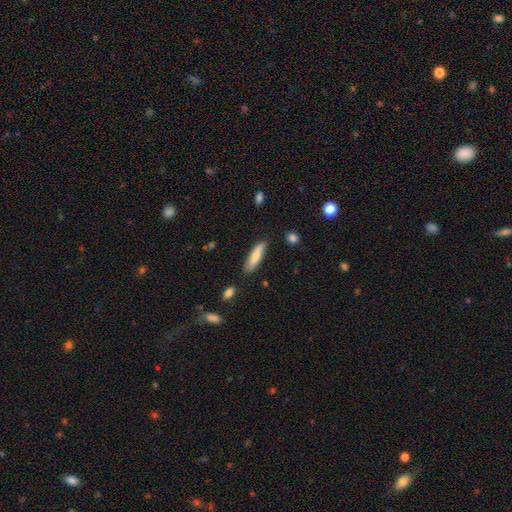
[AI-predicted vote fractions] smooth_or_featured: smooth (p=0.71) [alt: featured or disk p=0.23]
how_rounded: cigar-shaped (p=0.69) [alt: in between p=0.30]
merging: none (p=0.77) [alt: minor disturbance p=0.18]